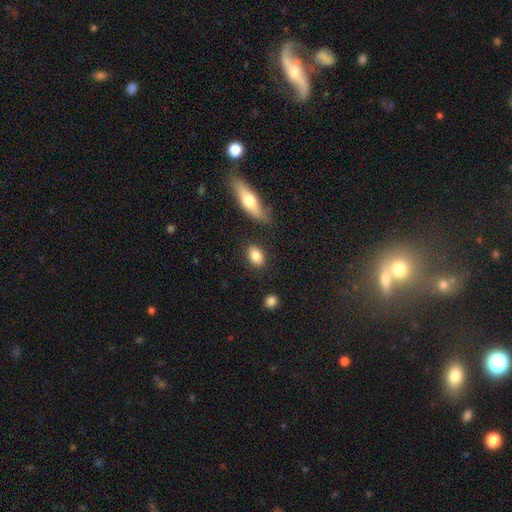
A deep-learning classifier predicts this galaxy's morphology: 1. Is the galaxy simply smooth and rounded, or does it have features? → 83% smooth, 10% featured or disk, 7% star or artifact.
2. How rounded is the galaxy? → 76% in between, 22% round, 3% cigar-shaped.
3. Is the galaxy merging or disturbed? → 84% none, 10% minor disturbance, 4% merger, 3% major disturbance.